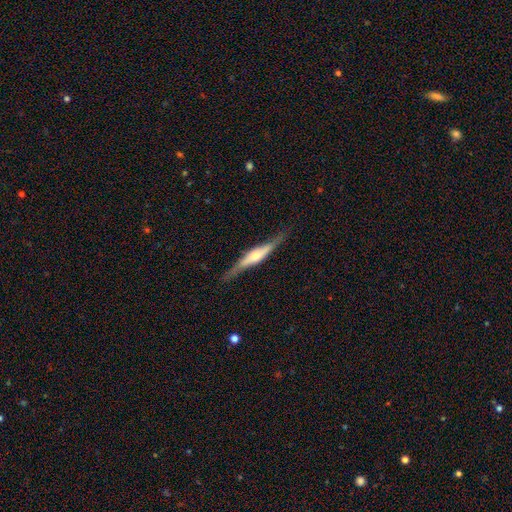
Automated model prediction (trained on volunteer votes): This appears to be a featured or disk galaxy (71%) viewed edge-on (93%) with a rounded central bulge (80%). Merging: none (82%).